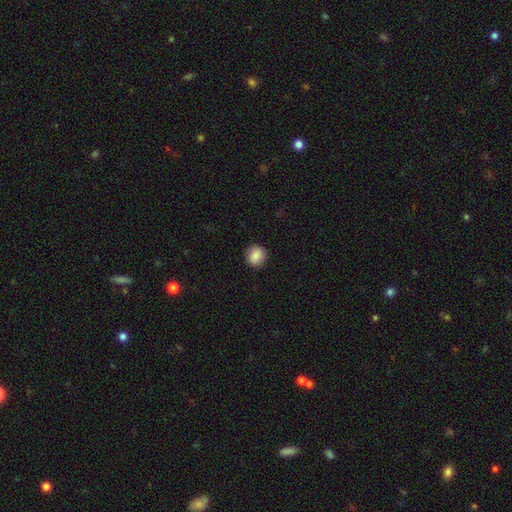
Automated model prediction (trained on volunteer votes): A smooth galaxy with no disk features (86%) that is round (88%). Merging: none (90%).